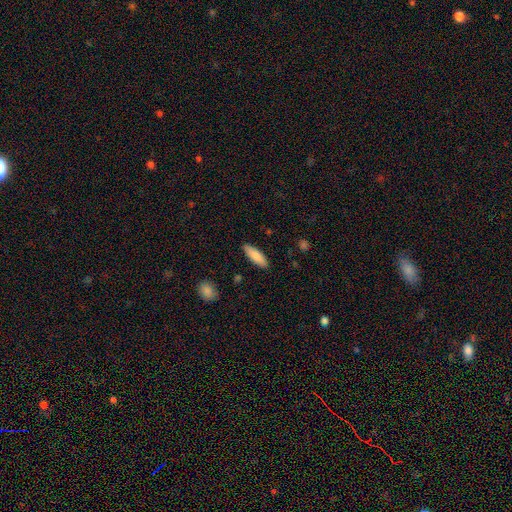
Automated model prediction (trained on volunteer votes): Smooth or featured?
  - smooth: 86% *
  - featured or disk: 8%
  - star or artifact: 6%
How rounded?
  - in between: 51% *
  - cigar-shaped: 47%
  - round: 2%
Merging?
  - none: 88% *
  - minor disturbance: 9%
  - major disturbance: 2%
  - merger: 1%